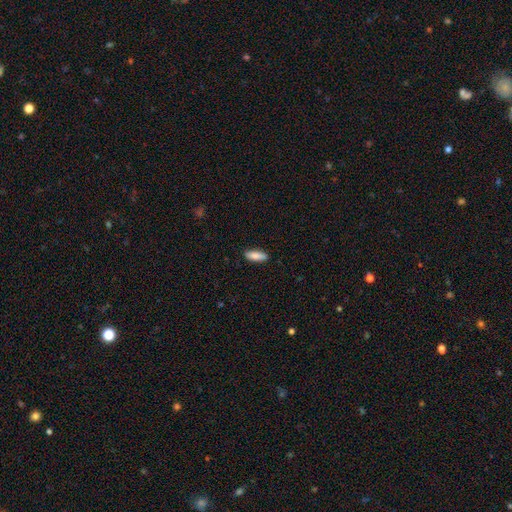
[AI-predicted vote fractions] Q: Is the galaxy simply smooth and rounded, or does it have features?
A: smooth — 86%.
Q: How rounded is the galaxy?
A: in between — 62%.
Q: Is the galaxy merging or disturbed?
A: none — 89%.